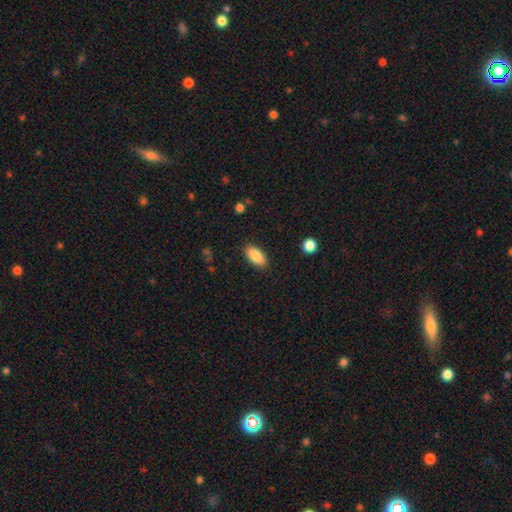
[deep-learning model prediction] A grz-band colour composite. It shows a smooth galaxy with no disk features (87%) that is in between round and cigar-shaped (91%). Merging: none (88%).